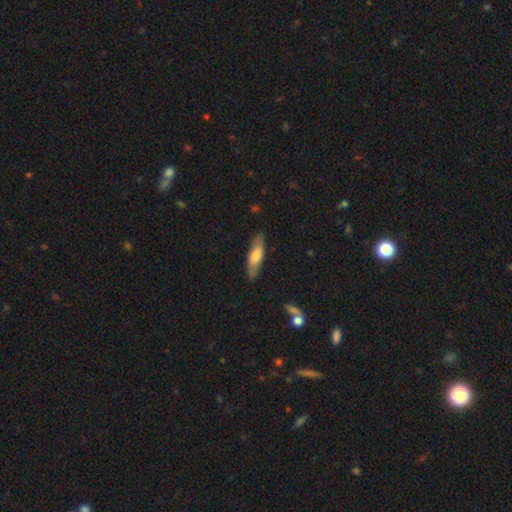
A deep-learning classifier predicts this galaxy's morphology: A smooth galaxy with no disk features (63%) that is cigar-shaped (55%).

Vote fractions:
- Smooth or featured? smooth: 63% / featured or disk: 31% / star or artifact: 6%
- How rounded? cigar-shaped: 55% / in between: 43% / round: 2%
- Merging? none: 82% / minor disturbance: 14% / major disturbance: 3% / merger: 1%